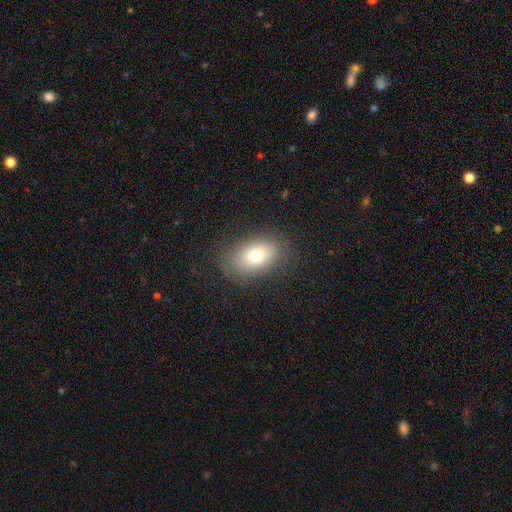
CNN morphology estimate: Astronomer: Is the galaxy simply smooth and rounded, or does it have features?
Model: smooth — 75%.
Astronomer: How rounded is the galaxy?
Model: in between — 85%.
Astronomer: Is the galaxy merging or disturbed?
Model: none — 83%.